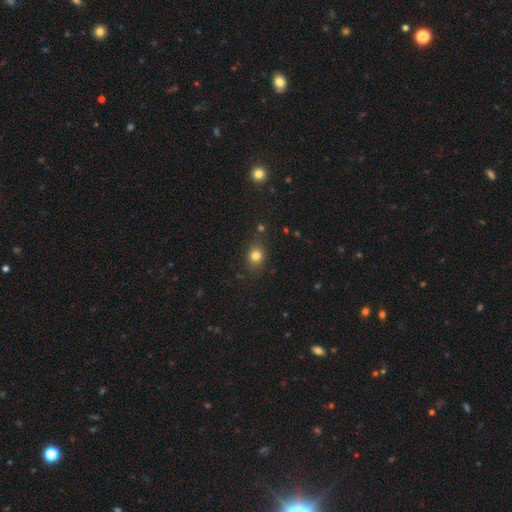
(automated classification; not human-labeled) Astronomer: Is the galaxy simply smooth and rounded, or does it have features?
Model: smooth — 80%.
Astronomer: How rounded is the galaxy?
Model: round — 60% (runner-up: in between, 39%).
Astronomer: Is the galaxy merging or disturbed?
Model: none — 81%.